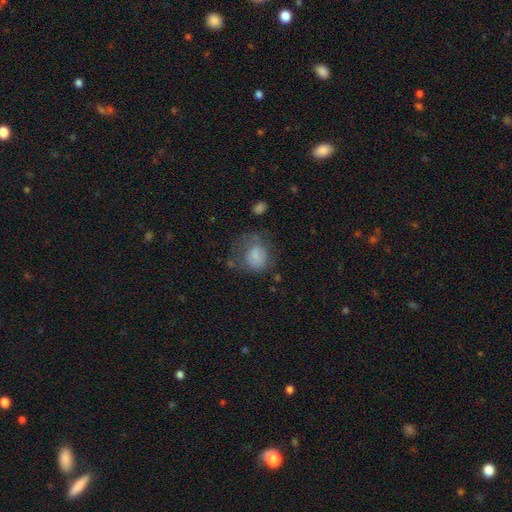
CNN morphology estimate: Q: Smooth or featured?
A: smooth (72%); runner-up: featured or disk (18%)
Q: How rounded?
A: round (62%); runner-up: in between (37%)
Q: Merging?
A: none (37%); runner-up: major disturbance (35%)